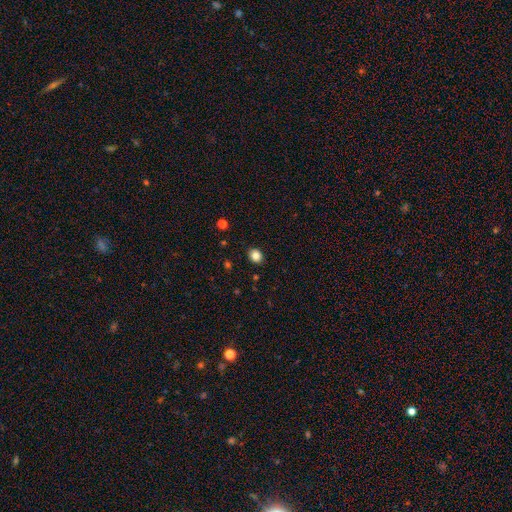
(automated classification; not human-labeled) A smooth galaxy with no disk features (84%) that is round (60%).

Vote fractions:
- Smooth or featured? smooth: 84% / star or artifact: 11% / featured or disk: 5%
- How rounded? round: 60% / in between: 39% / cigar-shaped: 1%
- Merging? none: 90% / minor disturbance: 7% / major disturbance: 2% / merger: 1%